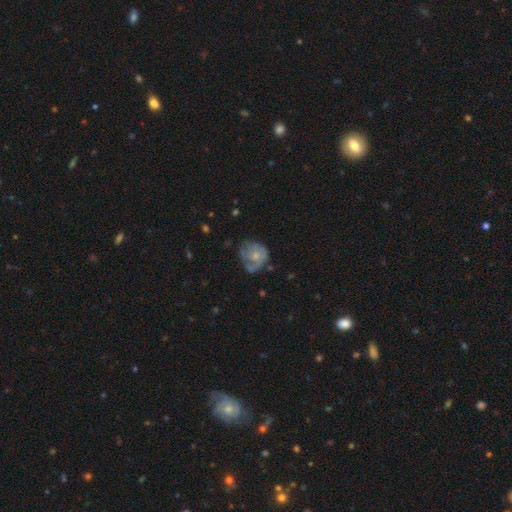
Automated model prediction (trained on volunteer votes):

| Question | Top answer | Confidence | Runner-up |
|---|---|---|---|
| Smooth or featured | featured or disk | 54% | smooth (38%) |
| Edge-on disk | no | 98% | yes (2%) |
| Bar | no | 84% | weak (14%) |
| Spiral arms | yes | 61% | no (39%) |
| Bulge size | small | 54% | moderate (36%) |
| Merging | none | 45% | minor disturbance (29%) |